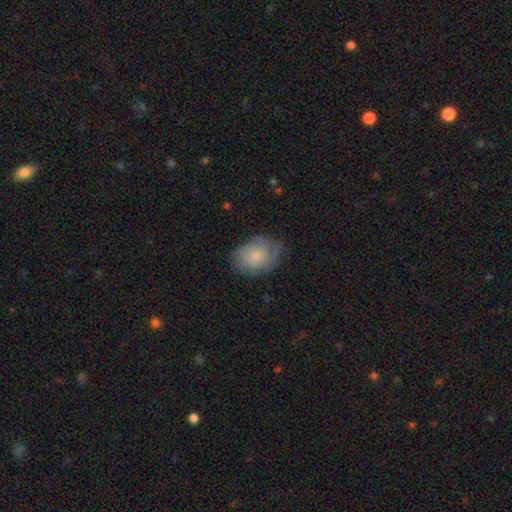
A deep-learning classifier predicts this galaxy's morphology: This is likely a smooth galaxy (69%). How rounded: likely in between (70%). Merging: likely none (65%).